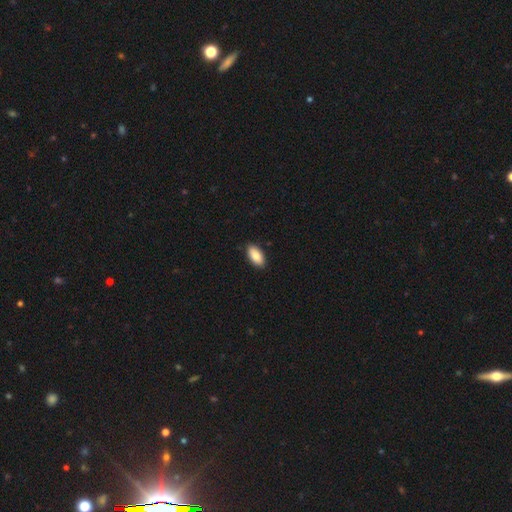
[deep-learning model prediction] Q: Smooth or featured?
A: smooth (89%); runner-up: star or artifact (6%)
Q: How rounded?
A: in between (93%); runner-up: cigar-shaped (5%)
Q: Merging?
A: none (89%); runner-up: minor disturbance (9%)